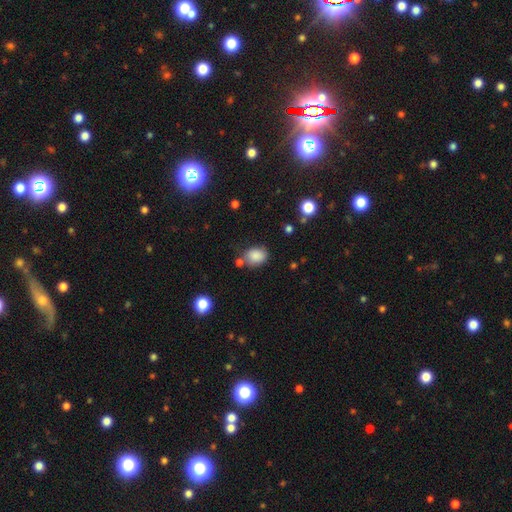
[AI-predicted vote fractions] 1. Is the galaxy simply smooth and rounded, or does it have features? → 85% smooth, 9% star or artifact, 5% featured or disk.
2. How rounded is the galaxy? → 55% in between, 44% round, 1% cigar-shaped.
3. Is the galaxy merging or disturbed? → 67% none, 18% minor disturbance, 10% merger, 5% major disturbance.